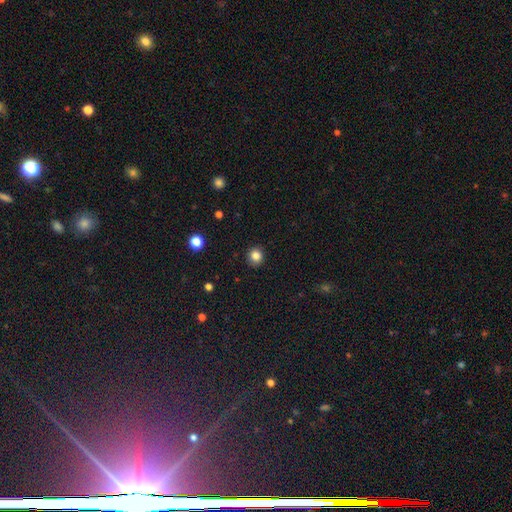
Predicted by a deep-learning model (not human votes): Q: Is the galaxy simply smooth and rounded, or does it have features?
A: smooth — 84%.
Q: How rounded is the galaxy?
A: round — 88%.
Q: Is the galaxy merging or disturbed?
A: none — 90%.